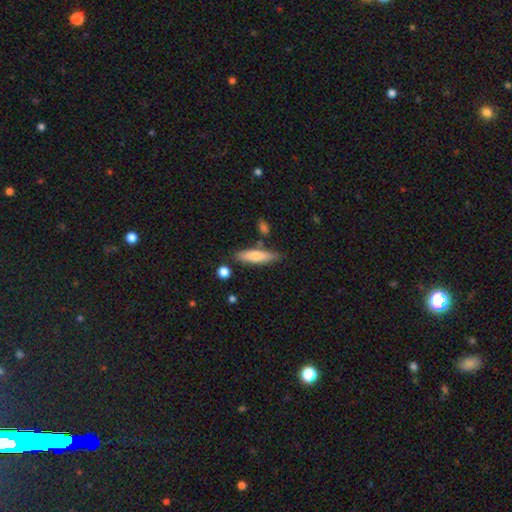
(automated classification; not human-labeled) This appears to be a smooth galaxy with no disk features (68%) that is cigar-shaped (70%). Merging: none (79%).